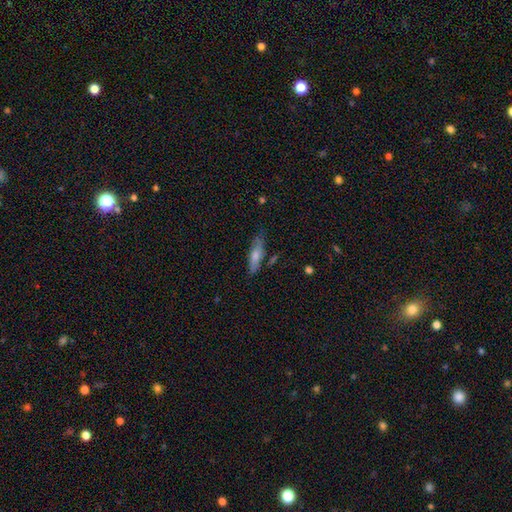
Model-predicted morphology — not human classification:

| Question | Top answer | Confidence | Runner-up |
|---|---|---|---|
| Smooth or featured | smooth | 67% | featured or disk (27%) |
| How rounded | cigar-shaped | 55% | in between (43%) |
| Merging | none | 70% | minor disturbance (20%) |